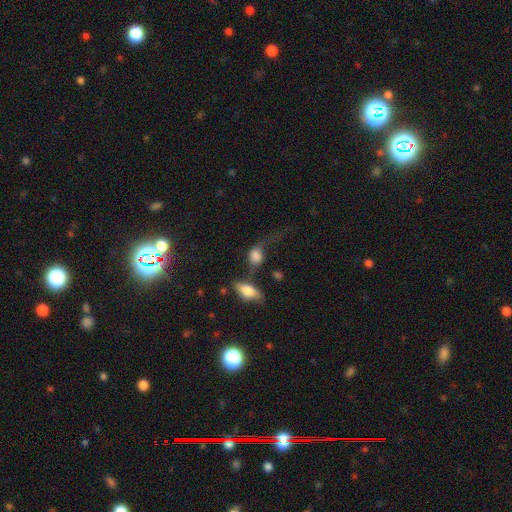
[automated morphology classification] smooth_or_featured: smooth (p=0.69) [alt: featured or disk p=0.21]
how_rounded: in between (p=0.57) [alt: round p=0.39]
merging: major disturbance (p=0.31) [alt: none p=0.27]